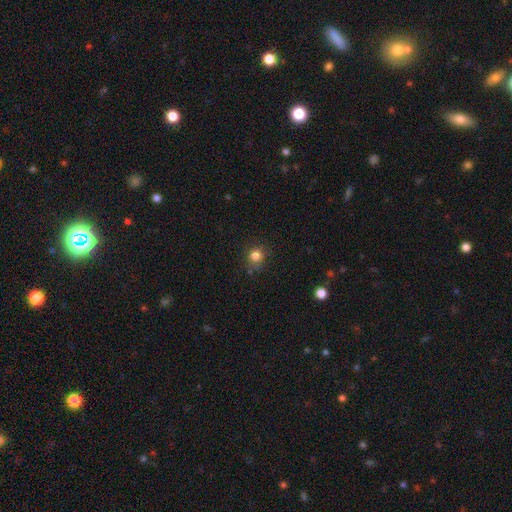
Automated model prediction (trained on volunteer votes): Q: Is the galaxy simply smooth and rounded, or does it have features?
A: smooth — 82%.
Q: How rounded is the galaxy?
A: round — 84%.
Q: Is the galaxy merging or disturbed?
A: none — 77%.